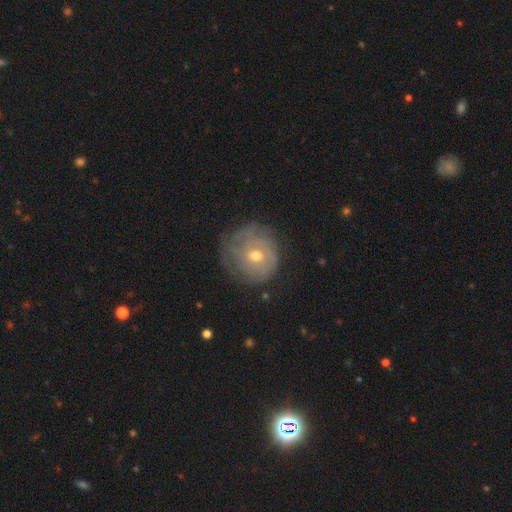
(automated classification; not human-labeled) Smooth or featured? featured or disk (67%)
Edge-on disk? no (97%)
Bar? no (71%)
Spiral arms? yes (79%)
Spiral winding? tight (74%)
Spiral arm count? can't tell (53%)
Bulge size? moderate (65%)
Merging? none (73%)